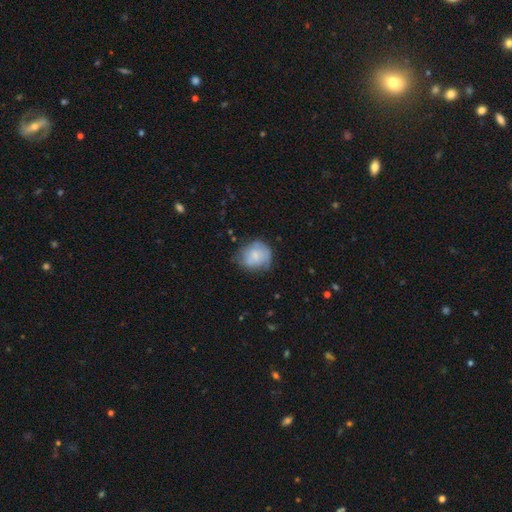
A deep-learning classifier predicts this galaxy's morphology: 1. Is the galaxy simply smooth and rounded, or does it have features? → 64% smooth, 28% featured or disk, 8% star or artifact.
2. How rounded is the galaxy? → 70% round, 29% in between, 1% cigar-shaped.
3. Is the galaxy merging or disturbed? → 53% none, 31% minor disturbance, 12% major disturbance, 3% merger.